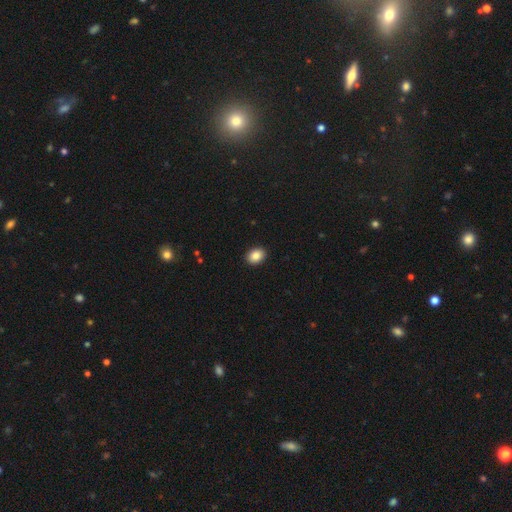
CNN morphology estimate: type=smooth (87%); roundness=in between (62%); merging=none (92%).